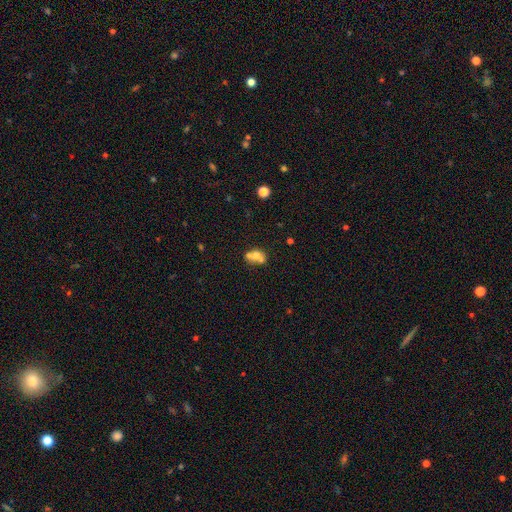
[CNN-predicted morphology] Overall: smooth (60%; featured or disk 28%). How rounded: round (55%; in between 43%). Merging: merger (57%; none 30%).